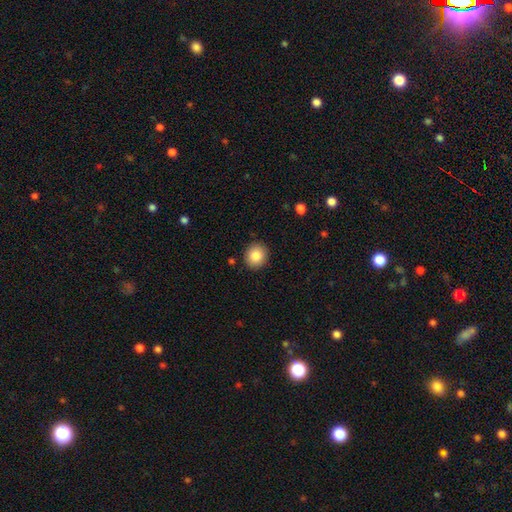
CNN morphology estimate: The model was most divided on "how rounded": round: 82%, in between: 17%, cigar-shaped: 1%. More confident: merging — none (90%); smooth or featured — smooth (85%).